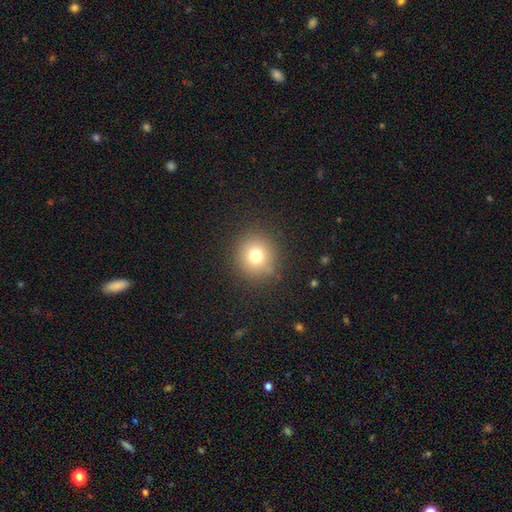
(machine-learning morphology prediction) A smooth galaxy with no disk features (75%) that is round (91%).

Vote fractions:
- Smooth or featured? smooth: 75% / star or artifact: 14% / featured or disk: 10%
- How rounded? round: 91% / in between: 8% / cigar-shaped: 1%
- Merging? none: 87% / minor disturbance: 8% / major disturbance: 3% / merger: 1%